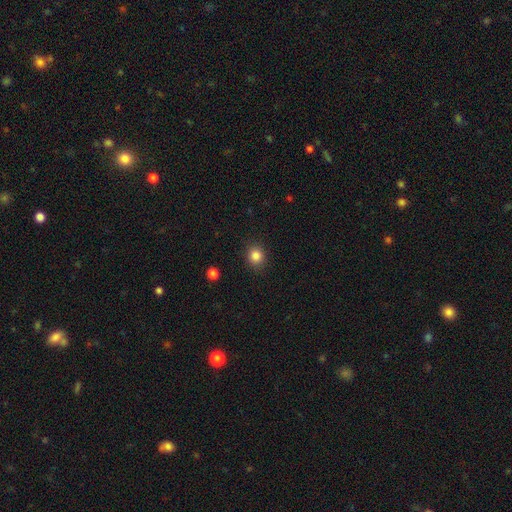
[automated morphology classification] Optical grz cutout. It shows a smooth galaxy with no disk features (85%) that is round (82%). Merging: none (89%).